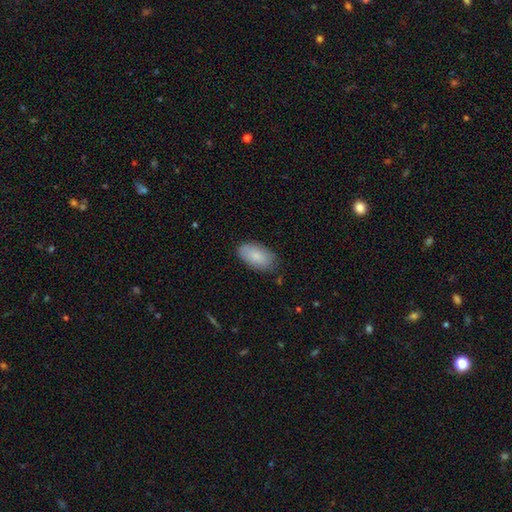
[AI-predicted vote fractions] Morphology: type=smooth (85%); roundness=in between (95%); merging=none (81%).